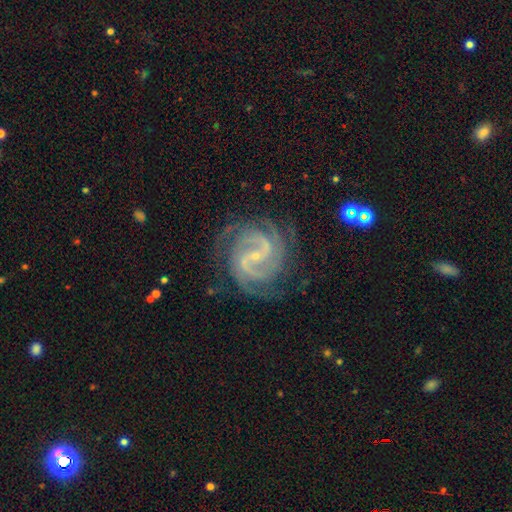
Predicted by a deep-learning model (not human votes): Smooth or featured? featured or disk (91%)
Edge-on disk? no (98%)
Bar? weak (46%)
Spiral arms? yes (99%)
Spiral winding? tight (52%)
Spiral arm count? 2 (56%)
Bulge size? small (81%)
Merging? none (78%)